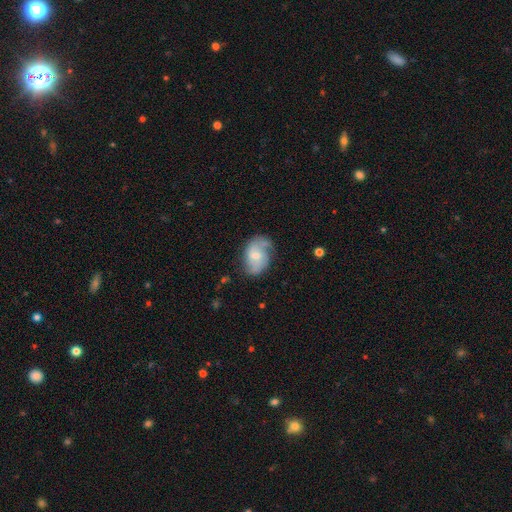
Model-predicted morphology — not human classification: Smooth or featured? featured or disk (62%)
Edge-on disk? no (97%)
Bar? no (48%)
Spiral arms? yes (87%)
Spiral winding? medium (41%)
Spiral arm count? 2 (76%)
Bulge size? small (51%)
Merging? none (59%)